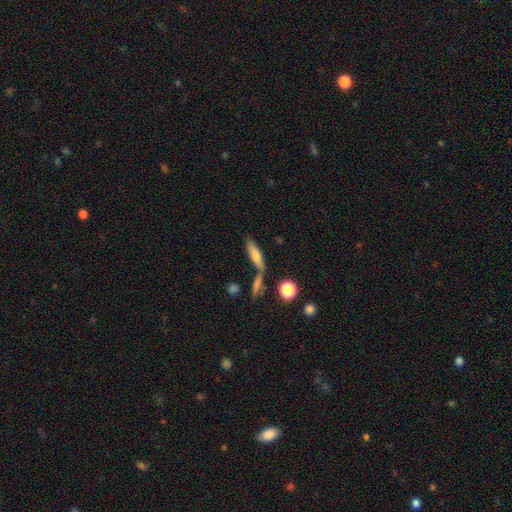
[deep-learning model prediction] The model was most divided on "merging": none: 55%, merger: 27%, minor disturbance: 13%, major disturbance: 5%. More confident: smooth or featured — smooth (67%); how rounded — cigar-shaped (64%).